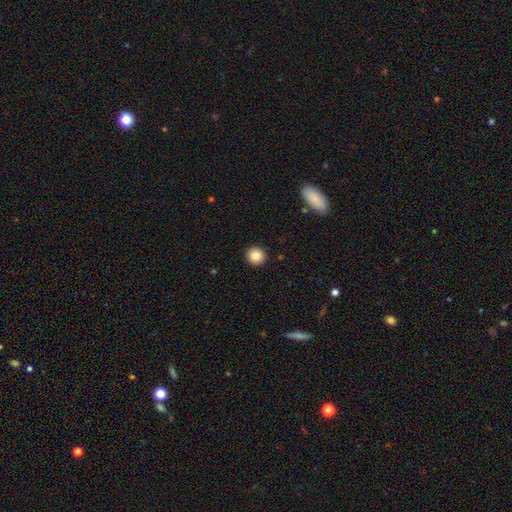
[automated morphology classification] This is clearly a smooth galaxy (85%). How rounded: clearly round (94%). Merging: clearly none (93%).